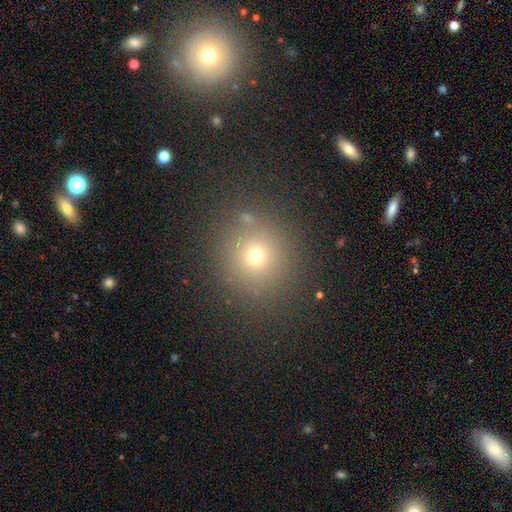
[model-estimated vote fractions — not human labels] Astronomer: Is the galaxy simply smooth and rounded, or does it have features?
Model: smooth — 66%.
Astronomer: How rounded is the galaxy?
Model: round — 92%.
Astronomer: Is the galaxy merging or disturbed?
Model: none — 85%.